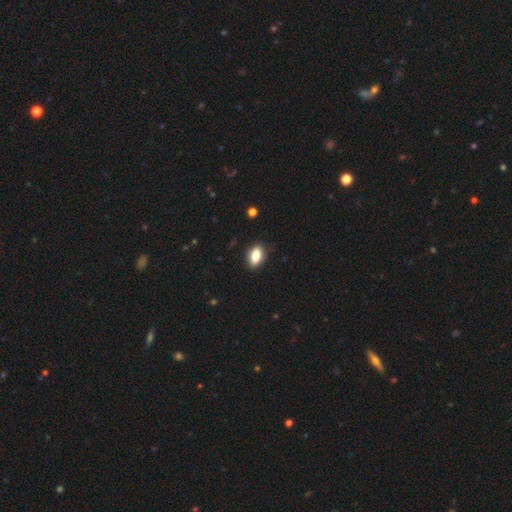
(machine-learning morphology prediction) Smooth or featured? Predicted: smooth (p=0.81). How rounded? Predicted: in between (p=0.87). Merging? Predicted: none (p=0.86).